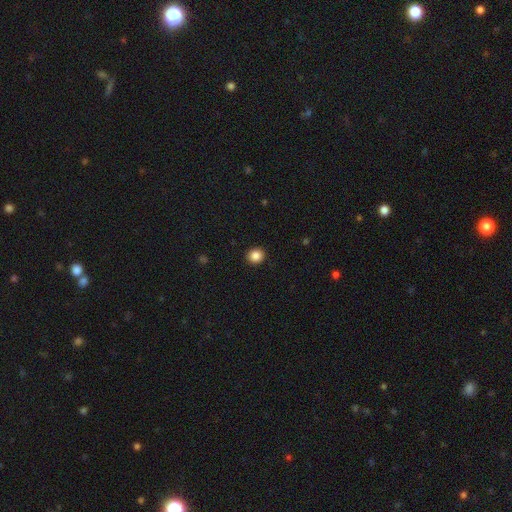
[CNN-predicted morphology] A smooth galaxy with no disk features (86%) that is round (83%). Merging: none (93%).